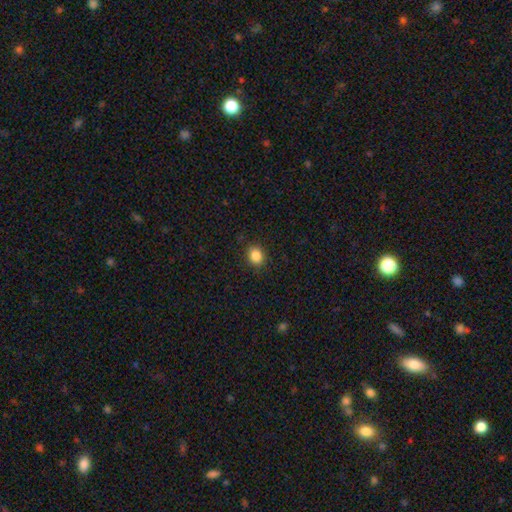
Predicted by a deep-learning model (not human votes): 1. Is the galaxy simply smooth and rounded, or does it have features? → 86% smooth, 10% star or artifact, 4% featured or disk.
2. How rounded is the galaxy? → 63% round, 36% in between, 1% cigar-shaped.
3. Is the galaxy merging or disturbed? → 88% none, 8% minor disturbance, 2% major disturbance, 1% merger.